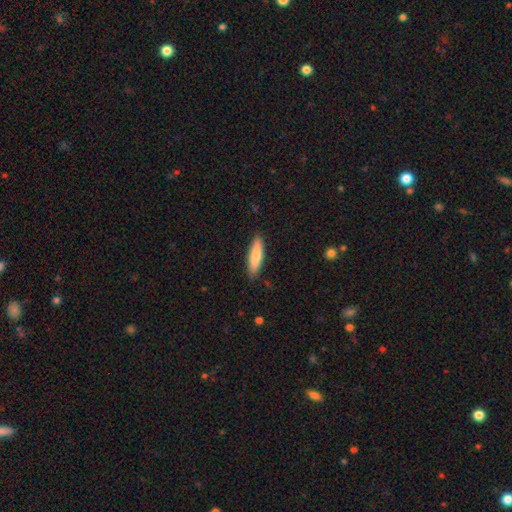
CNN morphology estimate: A smooth galaxy with no disk features (81%) that is cigar-shaped (67%). Merging: none (88%).